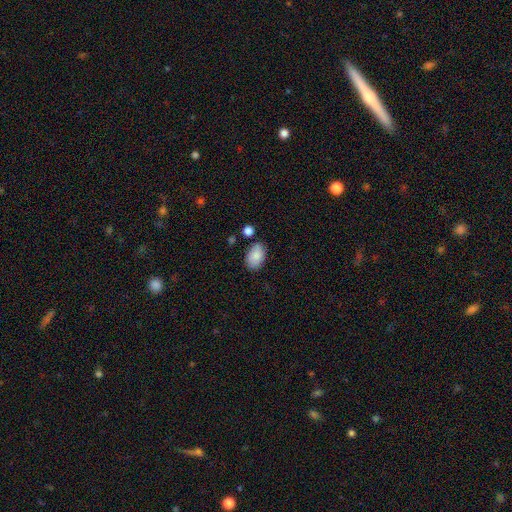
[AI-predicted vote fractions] Smooth or featured: smooth — 86% (featured or disk — 7%)
How rounded: in between — 90% (round — 9%)
Merging: none — 74% (minor disturbance — 16%)